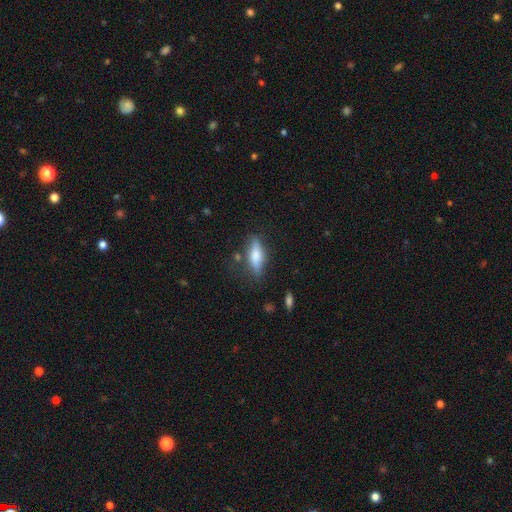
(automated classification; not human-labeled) This appears to be a smooth galaxy with no disk features (67%) that is in between round and cigar-shaped (57%). Merging: none (72%).